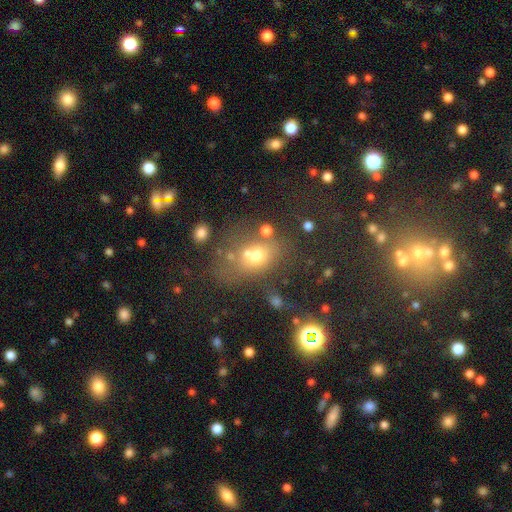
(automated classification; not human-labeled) Q: Smooth or featured?
A: smooth (62%); runner-up: star or artifact (20%)
Q: How rounded?
A: in between (59%); runner-up: round (38%)
Q: Merging?
A: none (44%); runner-up: merger (26%)